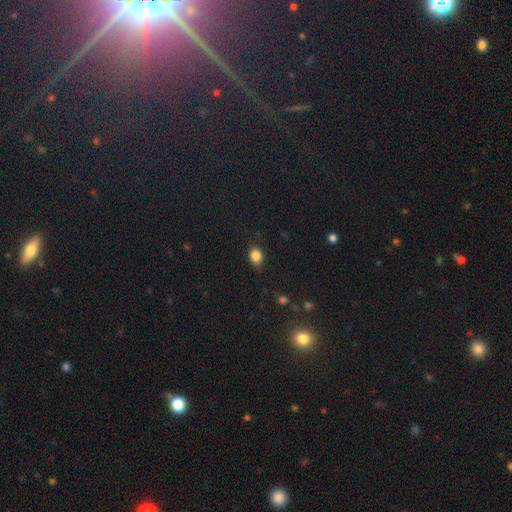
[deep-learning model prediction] Smooth or featured? smooth (84%)
How rounded? round (57%)
Merging? none (68%)